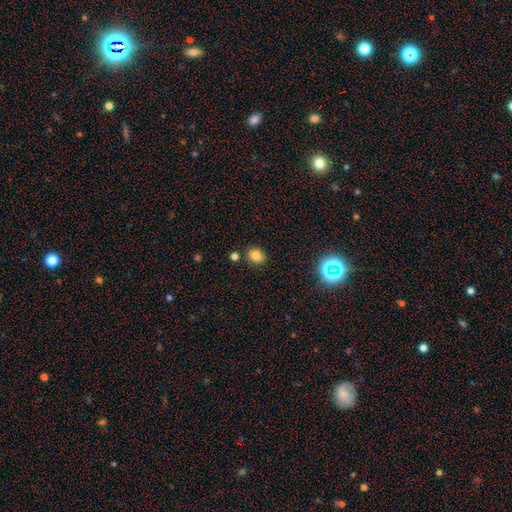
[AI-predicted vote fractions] Overall: smooth (78%). How rounded: round (60%; in between 39%). Merging: none (81%).